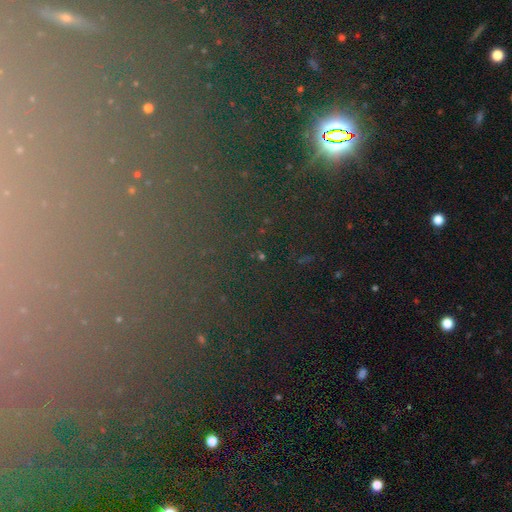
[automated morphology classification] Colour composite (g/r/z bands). It shows a star or artifact, not a galaxy (69%).